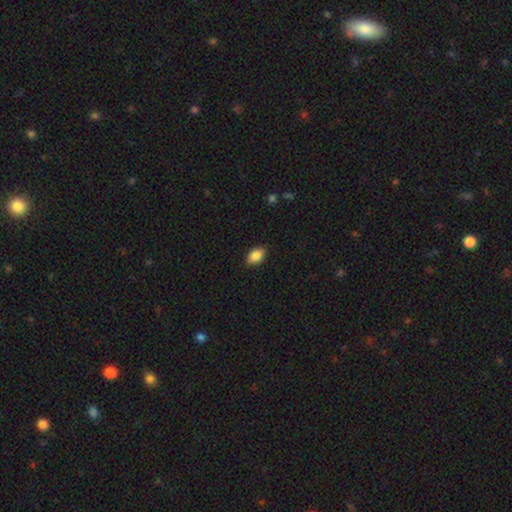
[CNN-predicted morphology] Smooth or featured? smooth (86%)
How rounded? in between (89%)
Merging? none (87%)